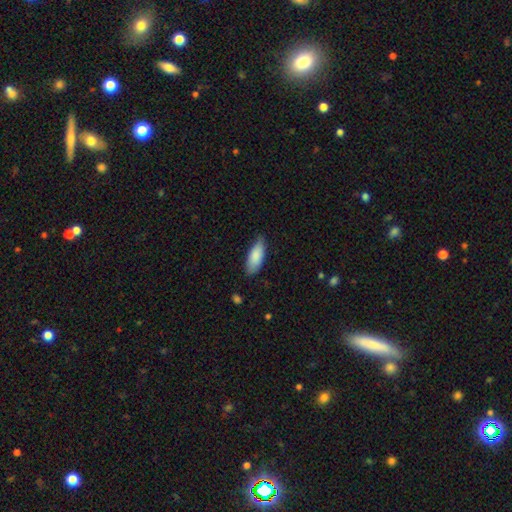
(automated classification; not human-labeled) smooth-or-featured: smooth: 87% | featured or disk: 8% | star or artifact: 6%
  how-rounded: in between: 79% | cigar-shaped: 19% | round: 2%
  merging: none: 75% | minor disturbance: 21% | major disturbance: 3% | merger: 1%